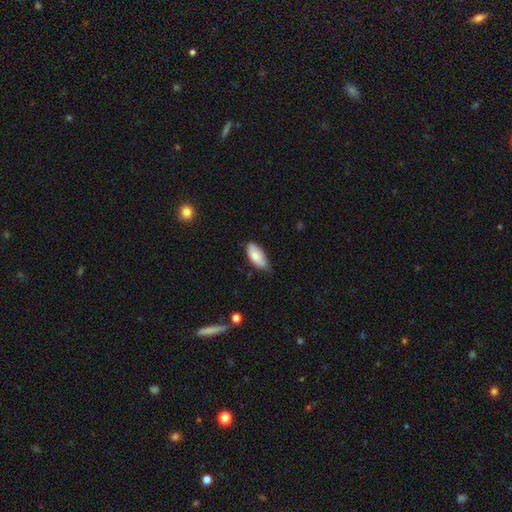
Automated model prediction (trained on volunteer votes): smooth 85%, featured or disk 9%, star or artifact 6%. Down the decision tree: how rounded — in between (90%); merging — none (66%).